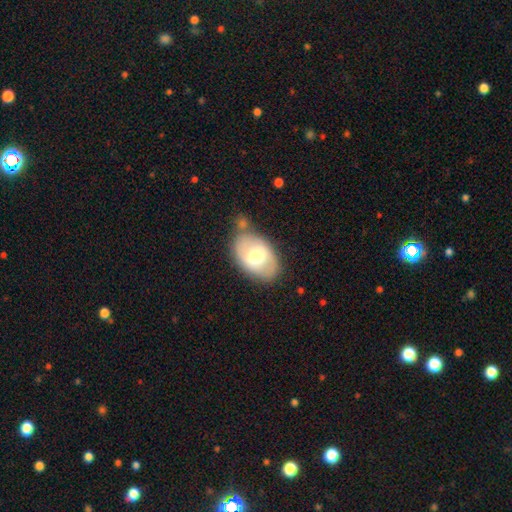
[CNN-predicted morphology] Smooth or featured?
  - smooth: 49% *
  - featured or disk: 45%
  - star or artifact: 6%
Merging?
  - none: 64% *
  - minor disturbance: 19%
  - merger: 11%
  - major disturbance: 6%